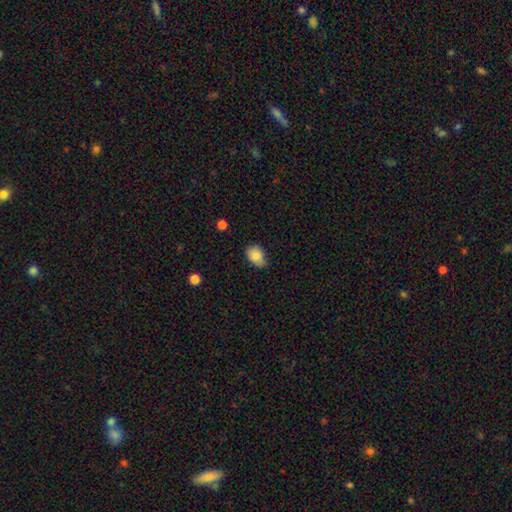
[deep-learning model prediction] A smooth galaxy with no disk features (84%) that is in between round and cigar-shaped (78%). Merging: none (60%).